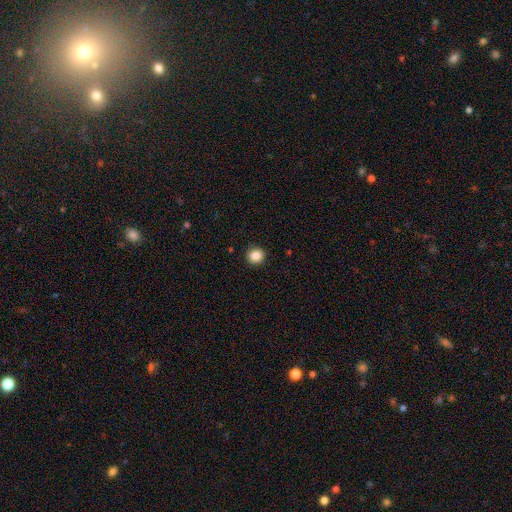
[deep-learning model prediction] Morphology: type=smooth (87%); roundness=round (92%); merging=none (92%).